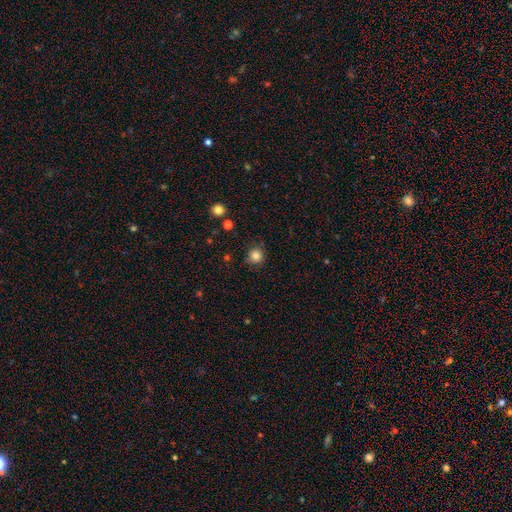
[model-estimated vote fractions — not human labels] Morphology: type=smooth (82%); roundness=round (93%); merging=none (86%).